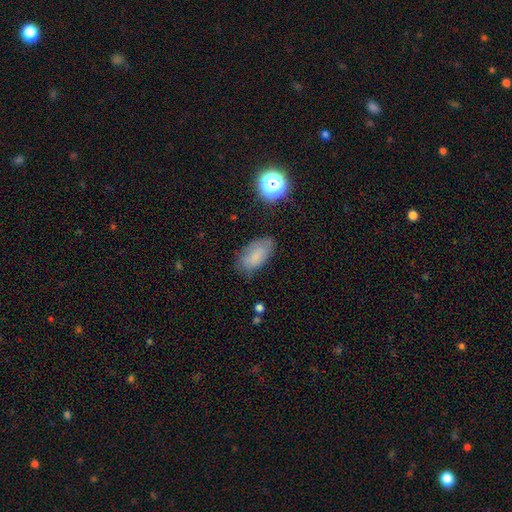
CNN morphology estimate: Q: Smooth or featured?
A: smooth (74%); runner-up: featured or disk (15%)
Q: How rounded?
A: in between (92%); runner-up: round (4%)
Q: Merging?
A: none (68%); runner-up: minor disturbance (23%)